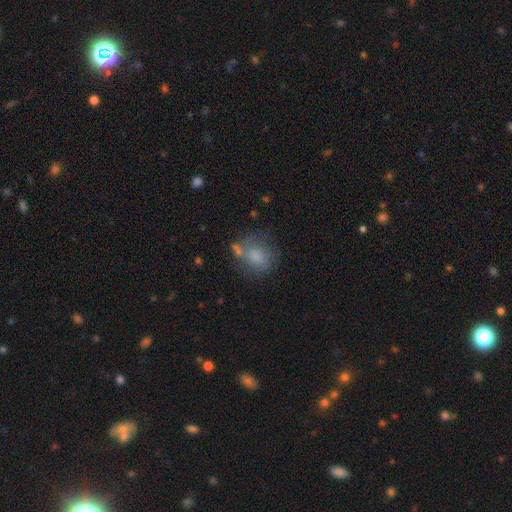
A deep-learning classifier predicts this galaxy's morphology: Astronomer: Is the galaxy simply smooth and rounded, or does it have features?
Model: smooth — 68%.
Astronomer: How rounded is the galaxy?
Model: round — 57% (runner-up: in between, 42%).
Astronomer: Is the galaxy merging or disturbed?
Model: none — 52%.